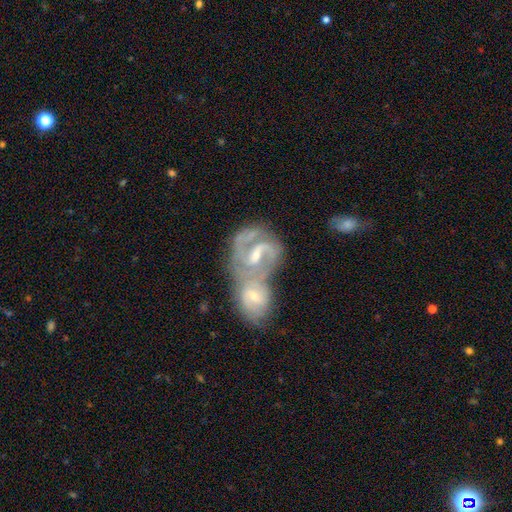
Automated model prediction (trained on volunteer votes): Smooth or featured? featured or disk (87%)
Edge-on disk? no (97%)
Bar? weak (50%)
Spiral arms? yes (95%)
Spiral winding? medium (50%)
Spiral arm count? 2 (73%)
Bulge size? small (48%)
Merging? merger (72%)